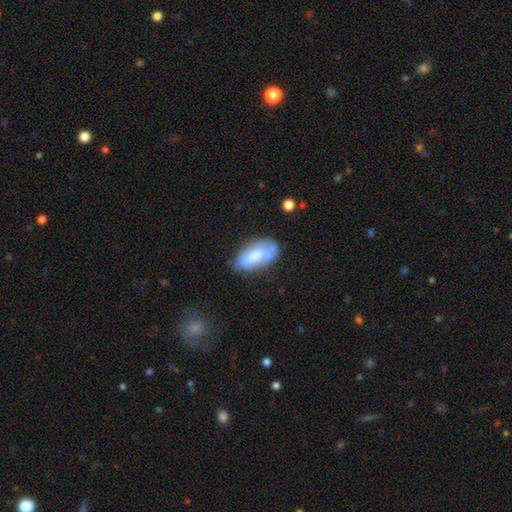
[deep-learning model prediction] Overall: smooth (67%). How rounded: in between (90%). Merging: none (61%; minor disturbance 26%).